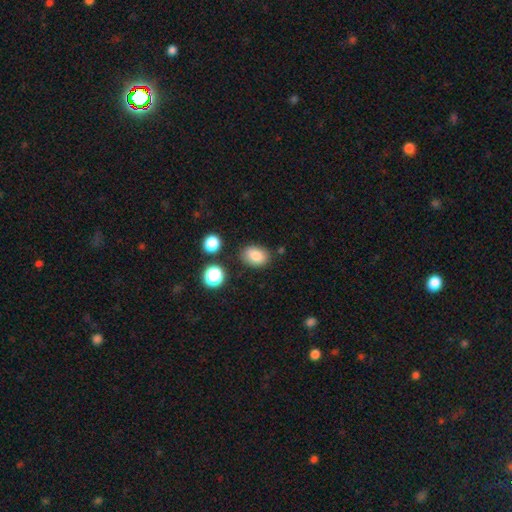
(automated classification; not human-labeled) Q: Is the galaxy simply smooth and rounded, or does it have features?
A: smooth — 83%.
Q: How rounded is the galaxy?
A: in between — 72%.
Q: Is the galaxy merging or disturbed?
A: none — 78%.